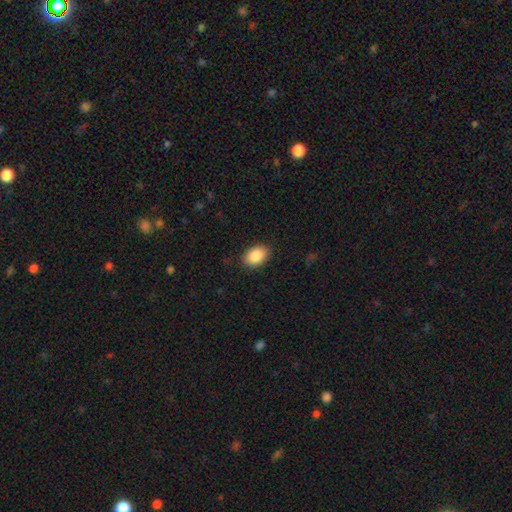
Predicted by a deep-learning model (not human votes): Smooth or featured?
  - smooth: 89% *
  - star or artifact: 7%
  - featured or disk: 5%
How rounded?
  - in between: 88% *
  - round: 10%
  - cigar-shaped: 1%
Merging?
  - none: 87% *
  - minor disturbance: 10%
  - major disturbance: 2%
  - merger: 1%